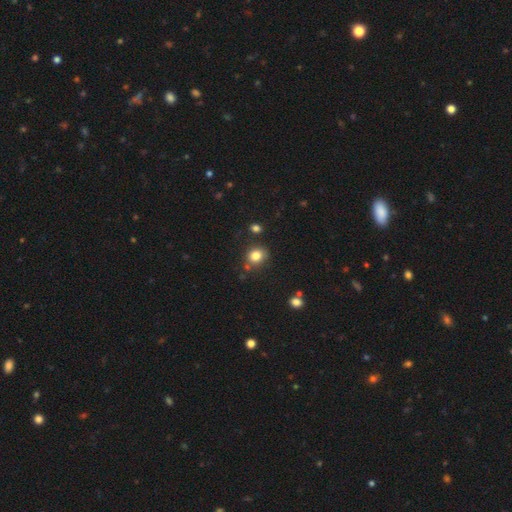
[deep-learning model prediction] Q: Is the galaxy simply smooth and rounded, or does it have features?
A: smooth — 82%.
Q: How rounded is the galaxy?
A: round — 73%.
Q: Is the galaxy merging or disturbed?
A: none — 77%.